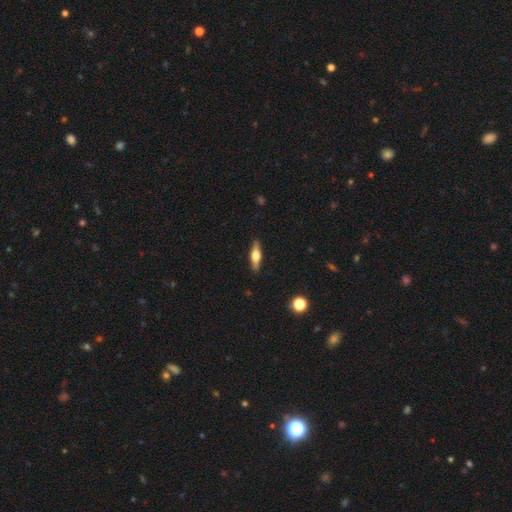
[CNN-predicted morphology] The model was most divided on "smooth or featured": featured or disk: 55%, smooth: 38%, star or artifact: 6%. More confident: edge-on disk — yes (95%); edge-on bulge — rounded (92%); merging — none (89%).